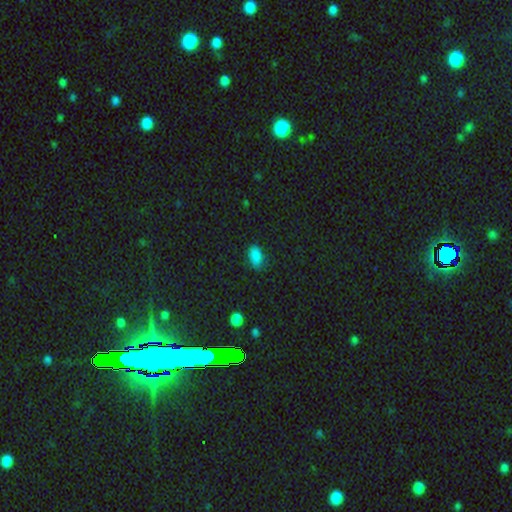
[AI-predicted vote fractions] The model was most divided on "merging": none: 80%, minor disturbance: 15%, major disturbance: 4%, merger: 1%. More confident: how rounded — in between (90%); smooth or featured — smooth (84%).